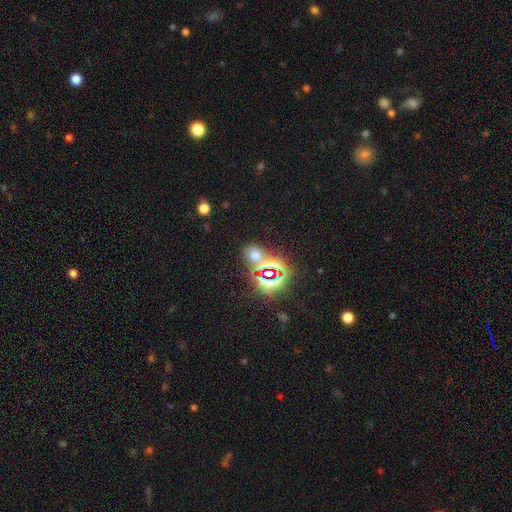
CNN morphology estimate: A star or artifact, not a galaxy (47%).